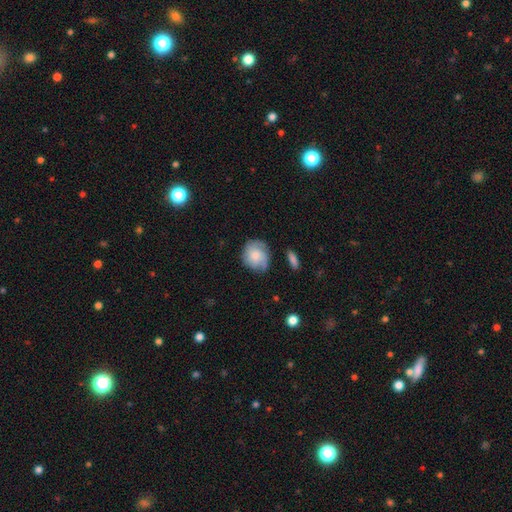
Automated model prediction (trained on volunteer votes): A smooth galaxy with no disk features (56%) that is round (72%).

Vote fractions:
- Smooth or featured? smooth: 56% / featured or disk: 37% / star or artifact: 7%
- How rounded? round: 72% / in between: 27% / cigar-shaped: 1%
- Merging? none: 65% / minor disturbance: 25% / major disturbance: 7% / merger: 3%